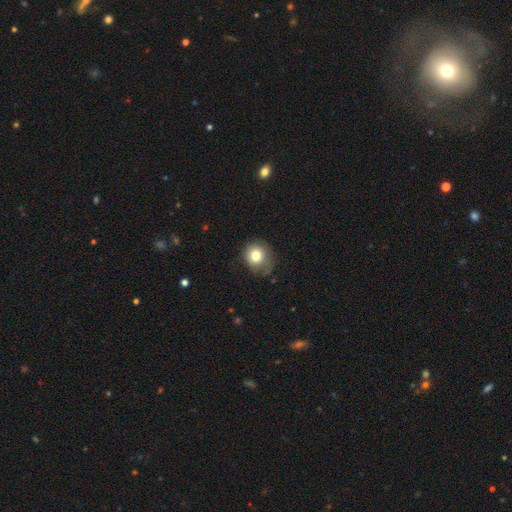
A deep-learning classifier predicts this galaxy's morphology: Smooth or featured? smooth (77%)
How rounded? round (81%)
Merging? none (59%)